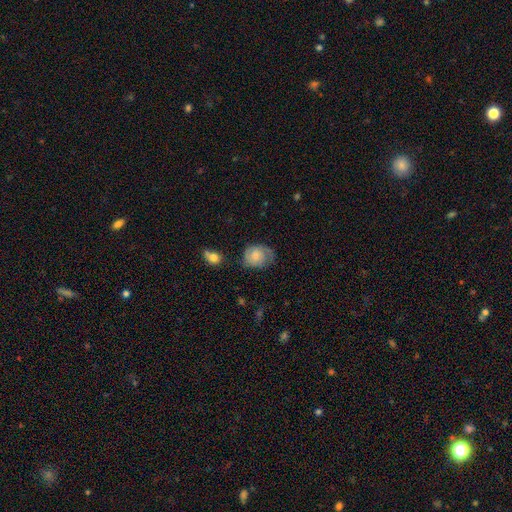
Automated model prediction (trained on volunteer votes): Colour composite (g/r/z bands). It shows a smooth galaxy with no disk features (55%) that is round (55%). Merging: none (52%).